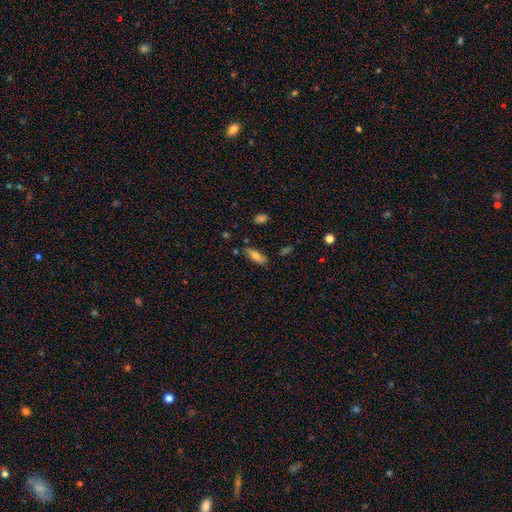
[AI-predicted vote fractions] A smooth galaxy with no disk features (72%) that is in between round and cigar-shaped (59%).

Vote fractions:
- Smooth or featured? smooth: 72% / featured or disk: 21% / star or artifact: 8%
- How rounded? in between: 59% / cigar-shaped: 38% / round: 2%
- Merging? none: 78% / minor disturbance: 16% / merger: 3% / major disturbance: 3%